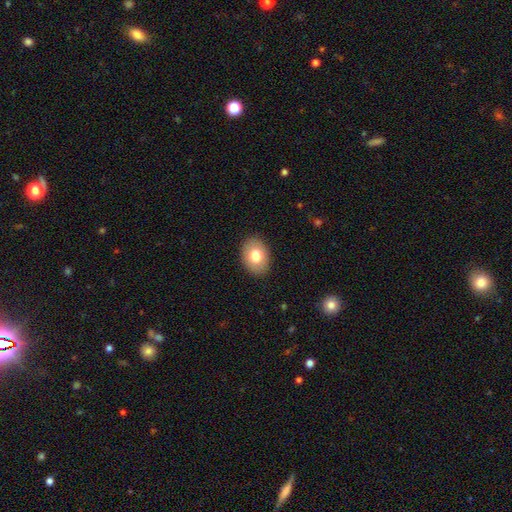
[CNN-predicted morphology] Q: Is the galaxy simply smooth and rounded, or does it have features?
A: smooth — 77%.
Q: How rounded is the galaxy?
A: in between — 72%.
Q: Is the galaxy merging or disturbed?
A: none — 89%.